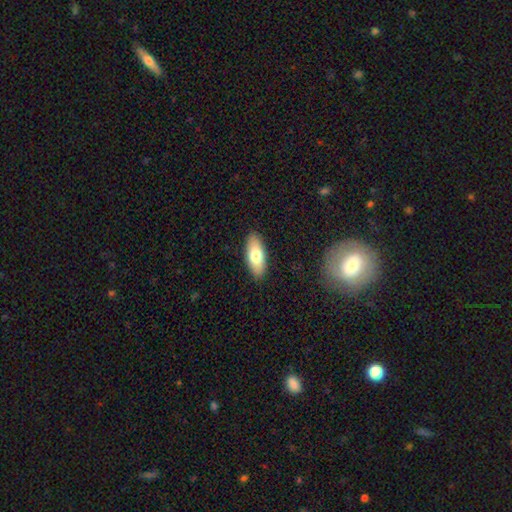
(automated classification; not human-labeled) Smooth or featured?
  - smooth: 74% *
  - featured or disk: 20%
  - star or artifact: 6%
How rounded?
  - in between: 81% *
  - cigar-shaped: 17%
  - round: 2%
Merging?
  - none: 89% *
  - minor disturbance: 8%
  - major disturbance: 2%
  - merger: 1%